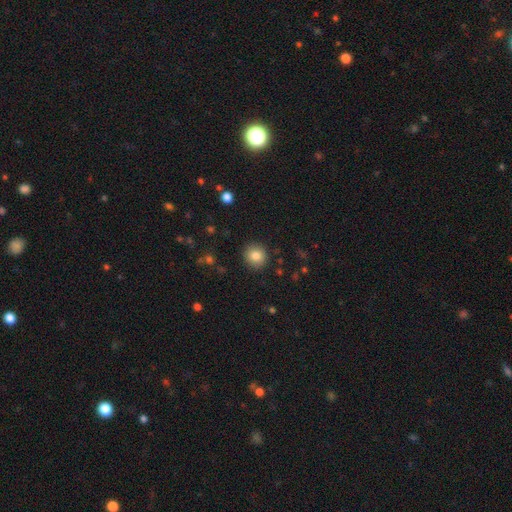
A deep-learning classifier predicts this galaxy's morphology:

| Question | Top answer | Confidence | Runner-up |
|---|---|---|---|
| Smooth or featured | smooth | 83% | star or artifact (10%) |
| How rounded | round | 90% | in between (9%) |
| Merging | none | 90% | minor disturbance (6%) |